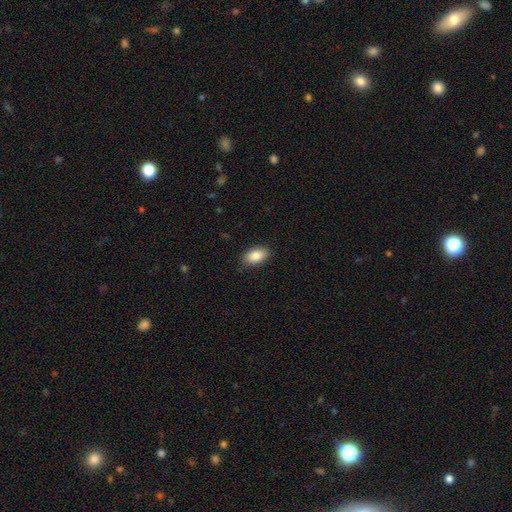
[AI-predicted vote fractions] Smooth or featured? smooth (87%)
How rounded? in between (92%)
Merging? none (87%)